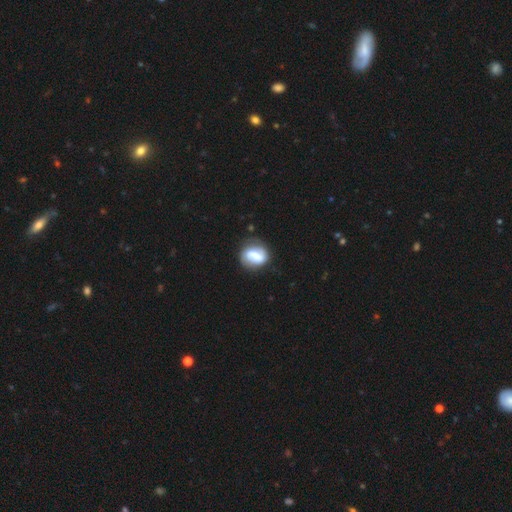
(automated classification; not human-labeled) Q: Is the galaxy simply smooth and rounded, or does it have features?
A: featured or disk — 60%.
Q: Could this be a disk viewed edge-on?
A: no — 94%.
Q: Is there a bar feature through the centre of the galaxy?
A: strong — 51%.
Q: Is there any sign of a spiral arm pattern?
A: yes — 69%.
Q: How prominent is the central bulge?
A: moderate — 49%.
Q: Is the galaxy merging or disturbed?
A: none — 74%.